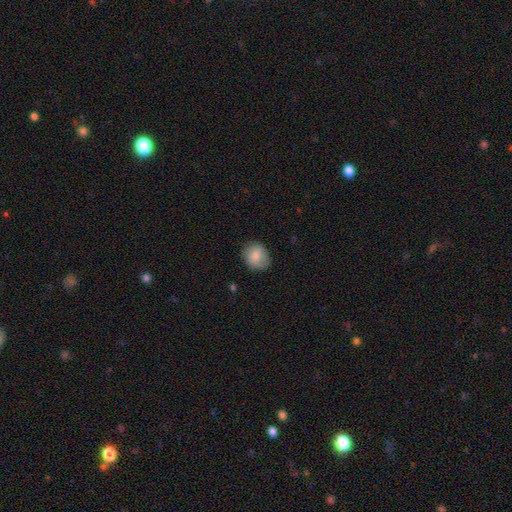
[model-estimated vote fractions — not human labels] Overall: smooth (82%). How rounded: round (67%; in between 32%). Merging: none (79%).